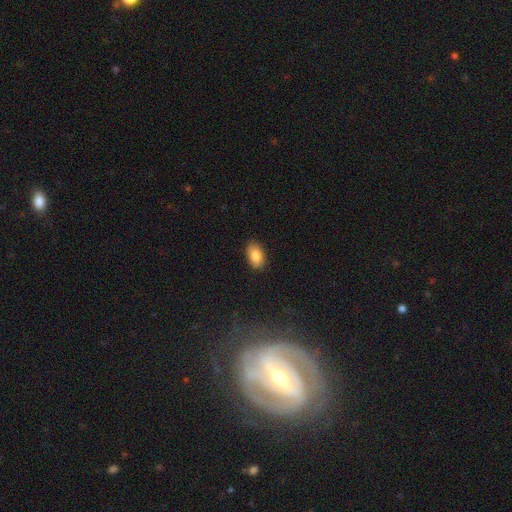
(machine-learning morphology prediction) The model was most divided on "merging": none: 85%, minor disturbance: 12%, major disturbance: 2%, merger: 1%. More confident: how rounded — in between (91%); smooth or featured — smooth (86%).